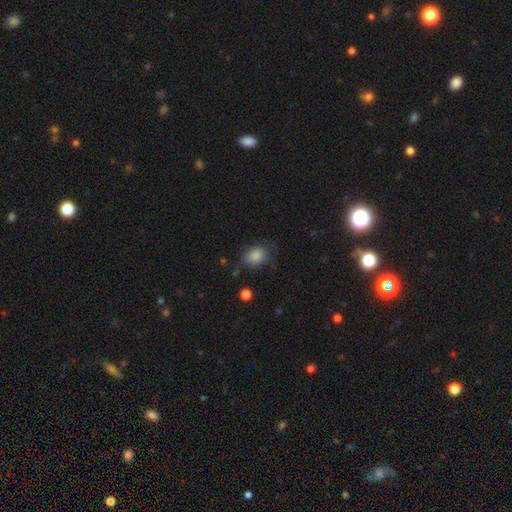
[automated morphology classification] A smooth galaxy with no disk features (85%) that is in between round and cigar-shaped (61%). Merging: none (66%).